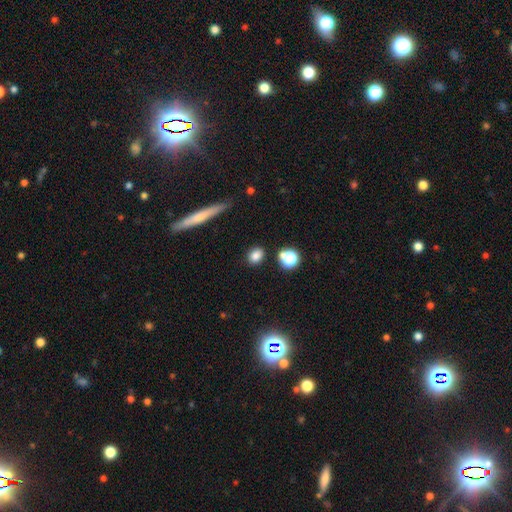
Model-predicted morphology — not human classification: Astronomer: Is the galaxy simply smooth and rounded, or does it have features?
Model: smooth — 81%.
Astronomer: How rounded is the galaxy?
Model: round — 49% (runner-up: in between, 48%).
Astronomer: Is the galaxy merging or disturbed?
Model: none — 82%.